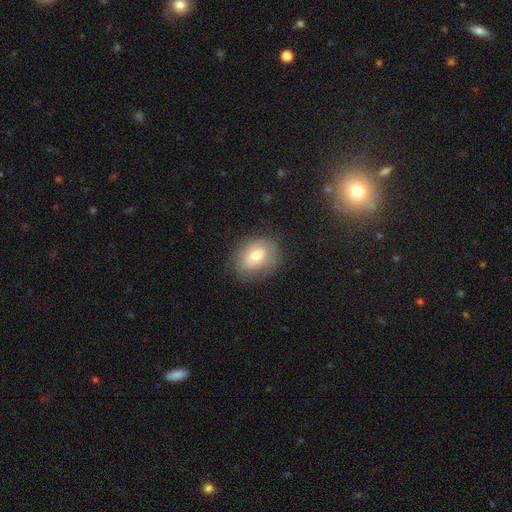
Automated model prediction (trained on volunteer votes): Morphology: type=smooth (67%); roundness=round (52%); merging=none (76%).